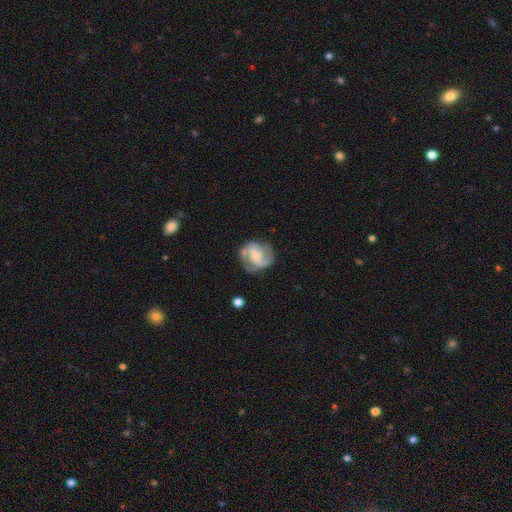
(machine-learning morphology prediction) smooth_or_featured: featured or disk (p=0.76) [alt: smooth p=0.18]
disk_edge_on: no (p=0.97) [alt: yes p=0.03]
bar: weak (p=0.43) [alt: no p=0.33]
has_spiral_arms: yes (p=0.91) [alt: no p=0.09]
spiral_winding: medium (p=0.47) [alt: loose p=0.30]
spiral_arm_count: 2 (p=0.82) [alt: can't tell p=0.08]
bulge_size: small (p=0.52) [alt: moderate p=0.42]
merging: none (p=0.69) [alt: minor disturbance p=0.19]